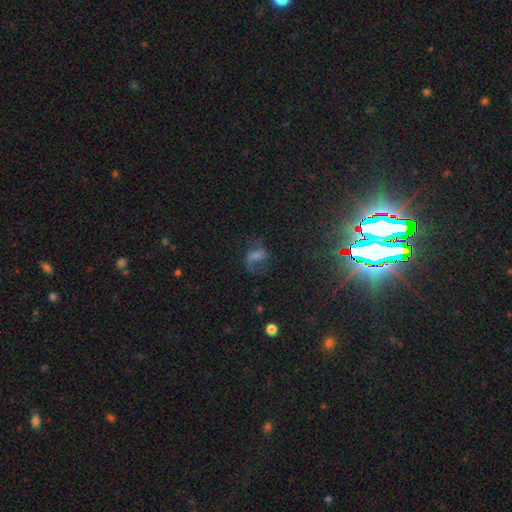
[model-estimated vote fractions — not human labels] This is possibly a featured or disk galaxy (53%). It is clearly not viewed edge-on (96%). Bar: marginally weak (39%). Spiral arm pattern: likely yes (79%). Central bulge: marginally none (43%). Merging: possibly none (52%).